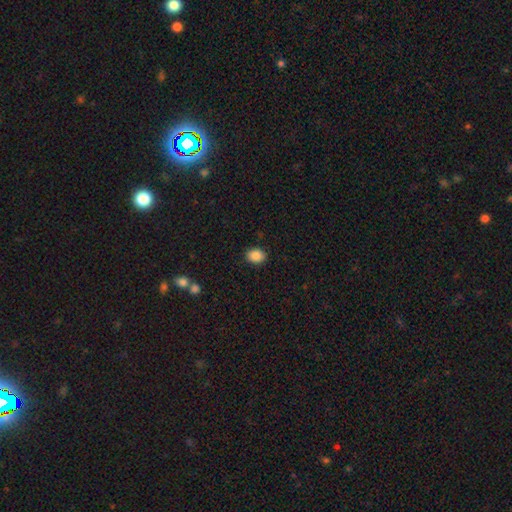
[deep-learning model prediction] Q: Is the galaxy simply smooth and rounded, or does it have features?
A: smooth — 88%.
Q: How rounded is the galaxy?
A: in between — 63%.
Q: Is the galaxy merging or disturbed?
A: none — 89%.